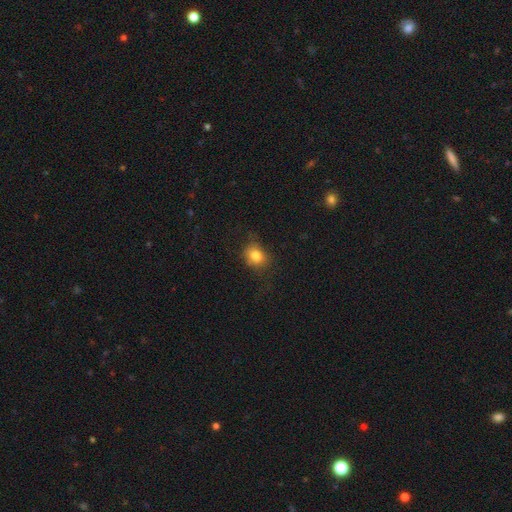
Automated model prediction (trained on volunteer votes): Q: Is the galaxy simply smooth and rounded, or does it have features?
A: smooth — 80%.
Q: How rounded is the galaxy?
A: round — 55%.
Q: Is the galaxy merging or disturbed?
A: none — 69%.